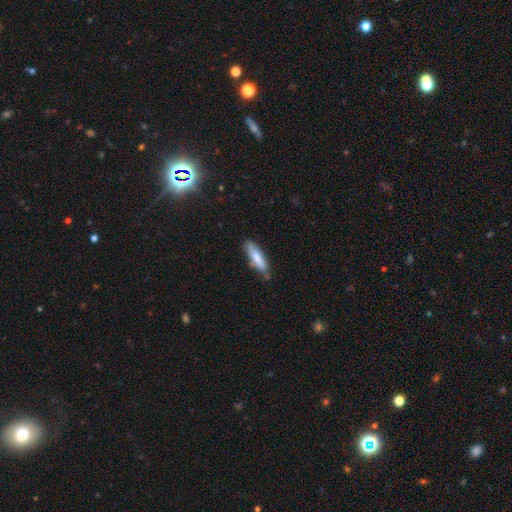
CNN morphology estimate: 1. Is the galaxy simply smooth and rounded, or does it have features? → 73% smooth, 21% featured or disk, 6% star or artifact.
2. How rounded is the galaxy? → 70% cigar-shaped, 28% in between, 1% round.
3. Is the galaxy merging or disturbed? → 71% none, 23% minor disturbance, 4% major disturbance, 3% merger.